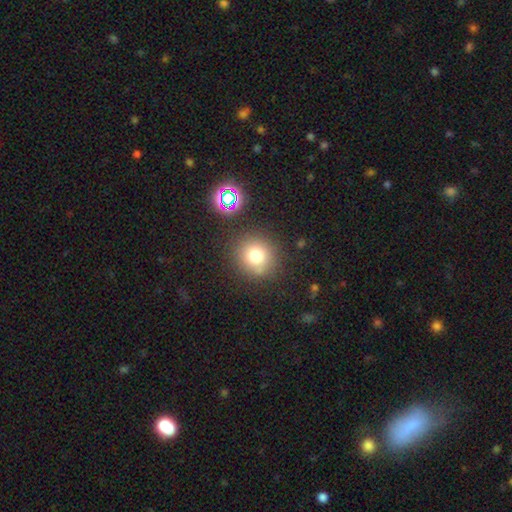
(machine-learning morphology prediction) Smooth or featured? smooth (74%)
How rounded? round (91%)
Merging? none (83%)